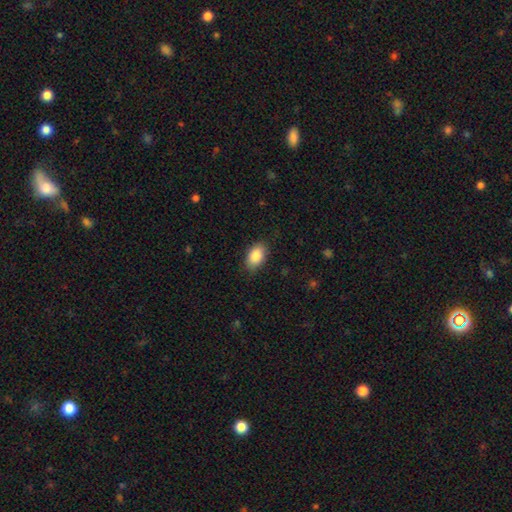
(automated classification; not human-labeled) smooth 88%, star or artifact 7%, featured or disk 5%. Down the decision tree: how rounded — in between (91%); merging — none (84%).